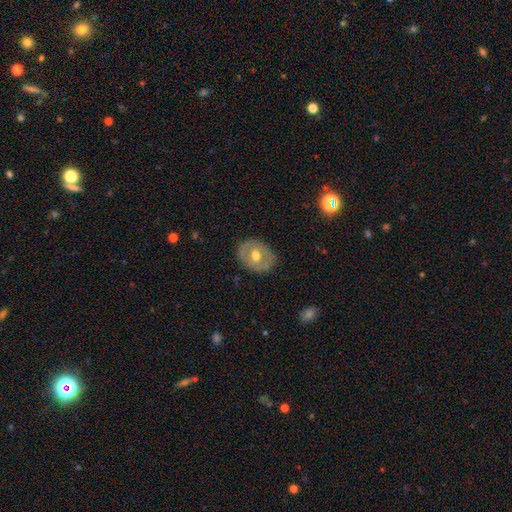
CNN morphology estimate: Smooth or featured: featured or disk — 53% (smooth — 40%)
Edge-on disk: no — 93% (yes — 7%)
Merging: none — 81% (minor disturbance — 14%)